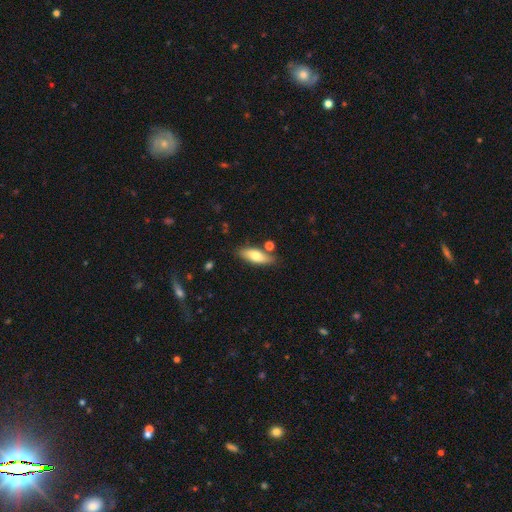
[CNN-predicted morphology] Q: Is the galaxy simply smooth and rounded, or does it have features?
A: smooth — 71%.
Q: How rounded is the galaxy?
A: in between — 65%.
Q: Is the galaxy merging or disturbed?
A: none — 77%.